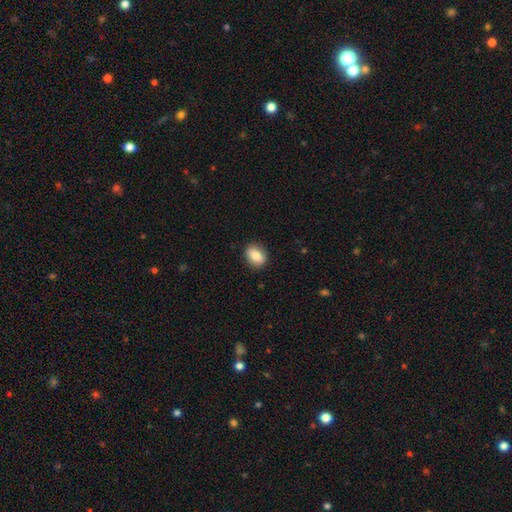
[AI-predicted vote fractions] A smooth galaxy with no disk features (82%) that is in between round and cigar-shaped (63%). Merging: none (88%).